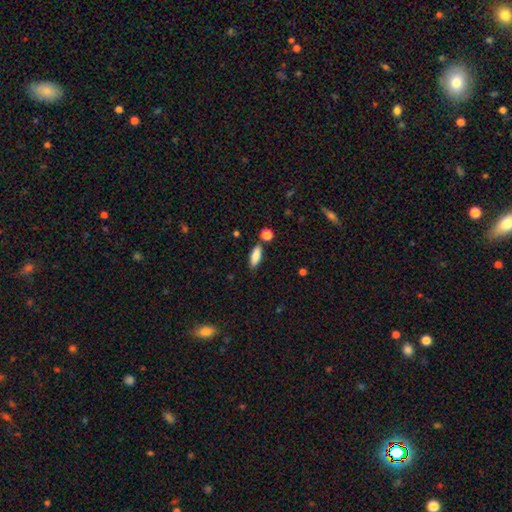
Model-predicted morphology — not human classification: A smooth galaxy with no disk features (86%) that is in between round and cigar-shaped (65%).

Vote fractions:
- Smooth or featured? smooth: 86% / featured or disk: 7% / star or artifact: 7%
- How rounded? in between: 65% / cigar-shaped: 32% / round: 2%
- Merging? none: 80% / minor disturbance: 12% / merger: 6% / major disturbance: 3%